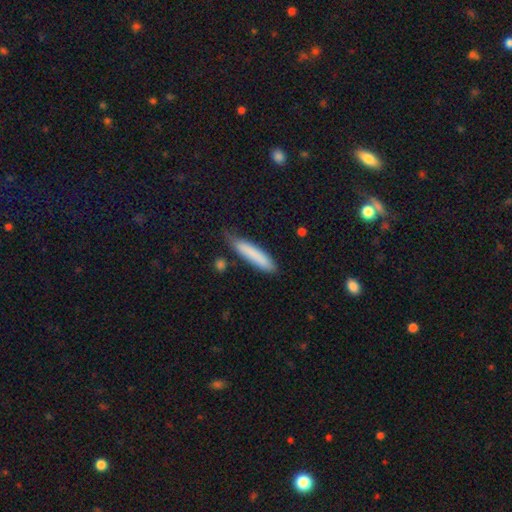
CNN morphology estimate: A smooth galaxy with no disk features (82%) that is cigar-shaped (83%). Merging: none (66%).